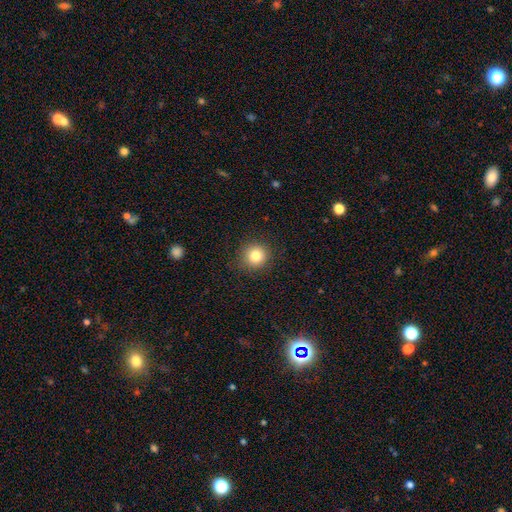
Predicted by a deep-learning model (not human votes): smooth 82%, star or artifact 11%, featured or disk 7%. Down the decision tree: how rounded — round (93%); merging — none (89%).